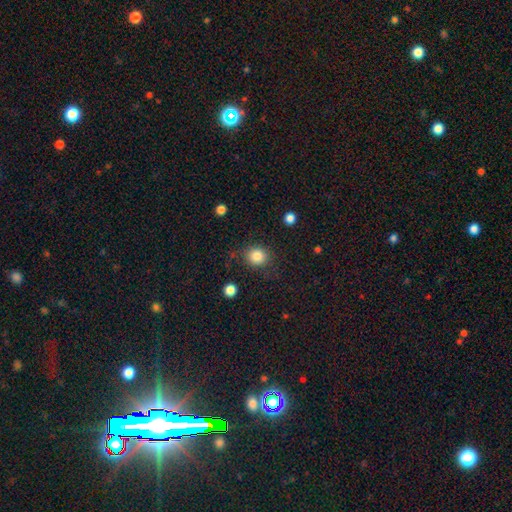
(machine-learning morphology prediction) smooth_or_featured: smooth (p=0.84) [alt: star or artifact p=0.10]
how_rounded: round (p=0.83) [alt: in between p=0.17]
merging: none (p=0.82) [alt: minor disturbance p=0.11]